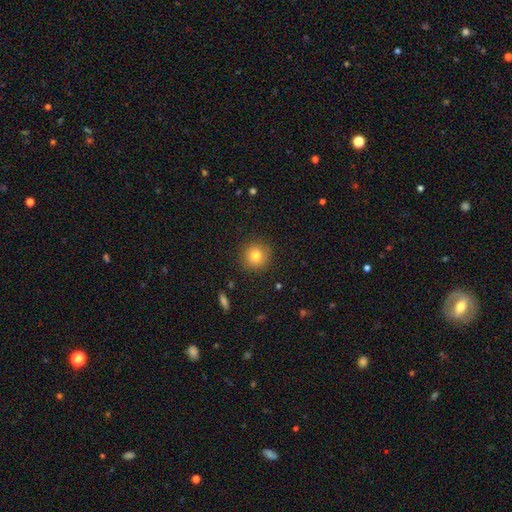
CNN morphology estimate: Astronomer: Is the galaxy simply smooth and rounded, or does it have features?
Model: smooth — 80%.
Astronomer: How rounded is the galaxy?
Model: round — 93%.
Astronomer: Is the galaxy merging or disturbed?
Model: none — 90%.